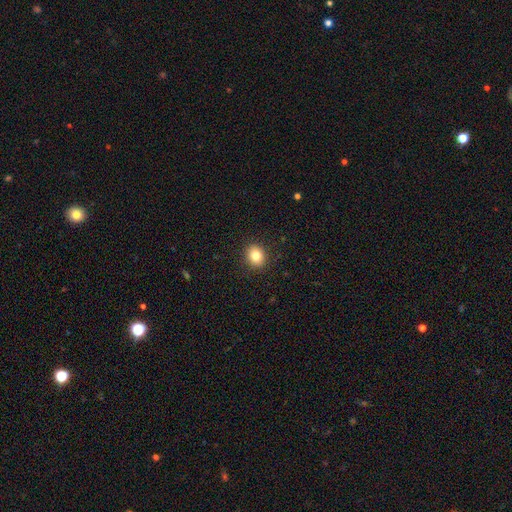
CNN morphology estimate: Q: Smooth or featured?
A: smooth (82%); runner-up: star or artifact (11%)
Q: How rounded?
A: round (71%); runner-up: in between (28%)
Q: Merging?
A: none (91%); runner-up: minor disturbance (6%)